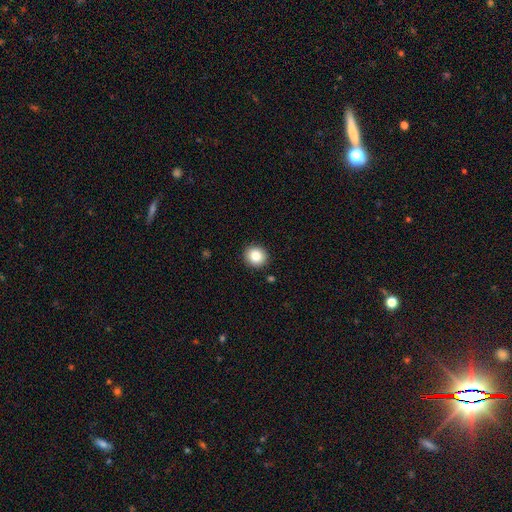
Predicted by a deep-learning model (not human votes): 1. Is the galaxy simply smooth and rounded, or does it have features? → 84% smooth, 9% star or artifact, 6% featured or disk.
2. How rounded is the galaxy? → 84% round, 15% in between, 1% cigar-shaped.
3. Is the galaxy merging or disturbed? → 91% none, 6% minor disturbance, 2% major disturbance, 1% merger.